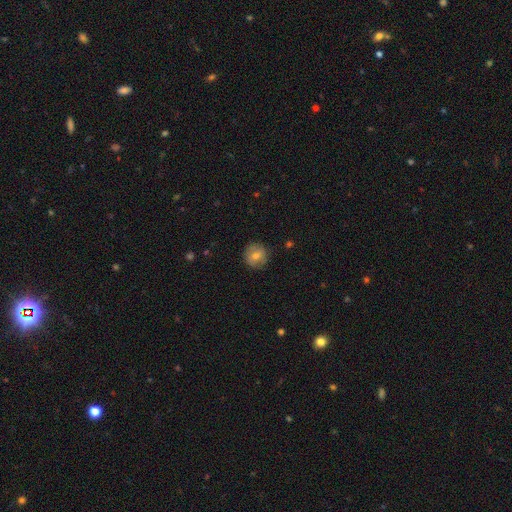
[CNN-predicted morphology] This is likely a smooth galaxy (67%). How rounded: clearly round (90%). Merging: clearly none (85%).